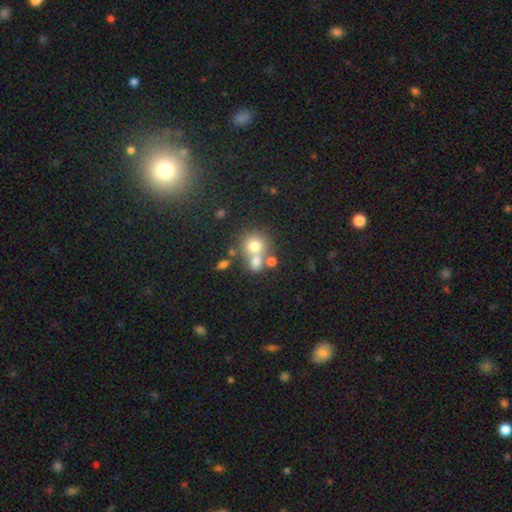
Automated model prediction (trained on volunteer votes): smooth 67%, featured or disk 17%, star or artifact 16%. Down the decision tree: how rounded — round (80%); merging — merger (47%).